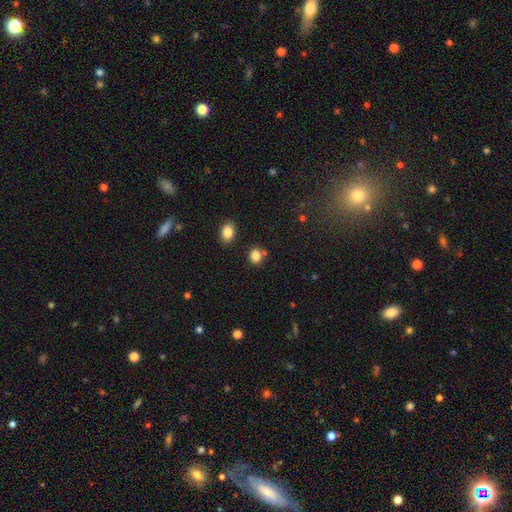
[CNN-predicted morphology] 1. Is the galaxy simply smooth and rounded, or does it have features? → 84% smooth, 12% star or artifact, 5% featured or disk.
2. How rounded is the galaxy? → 71% round, 28% in between, 1% cigar-shaped.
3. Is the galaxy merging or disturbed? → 75% none, 12% merger, 10% minor disturbance, 3% major disturbance.